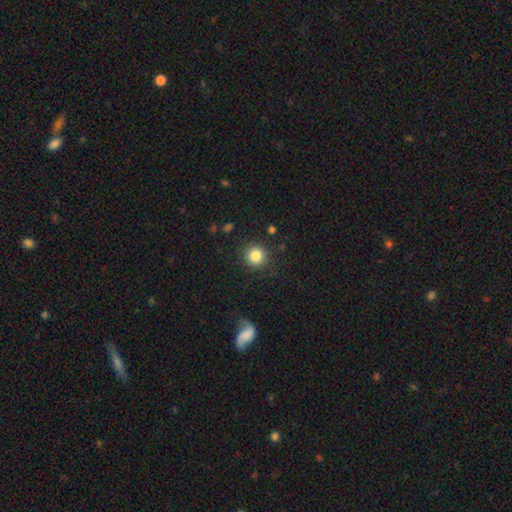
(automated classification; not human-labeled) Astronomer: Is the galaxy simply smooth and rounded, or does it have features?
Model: smooth — 84%.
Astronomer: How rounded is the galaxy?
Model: round — 92%.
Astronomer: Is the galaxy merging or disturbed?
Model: none — 88%.